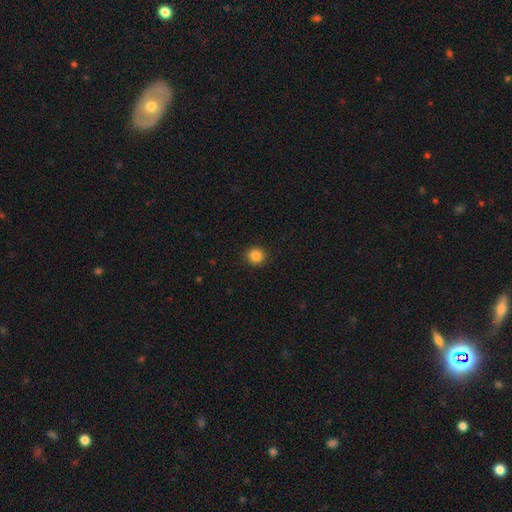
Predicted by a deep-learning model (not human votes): Smooth or featured? Predicted: smooth (p=0.86). How rounded? Predicted: round (p=0.91). Merging? Predicted: none (p=0.92).